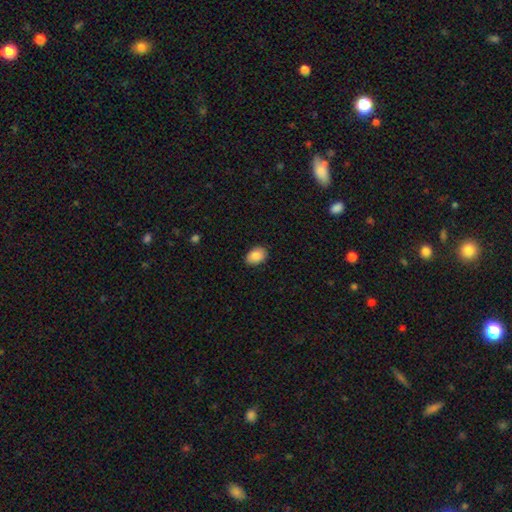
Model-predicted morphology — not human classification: Q: Smooth or featured?
A: smooth (87%); runner-up: star or artifact (7%)
Q: How rounded?
A: in between (83%); runner-up: round (16%)
Q: Merging?
A: none (87%); runner-up: minor disturbance (11%)